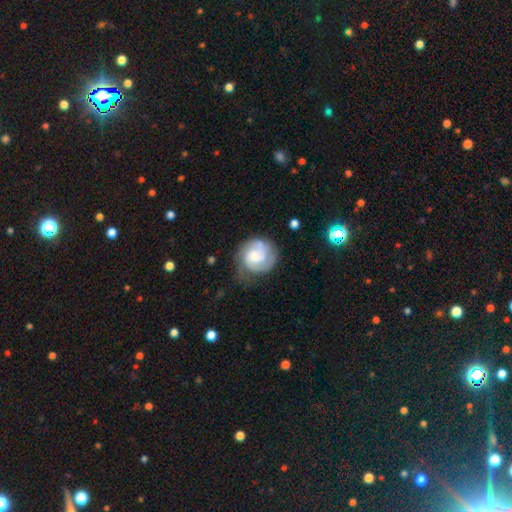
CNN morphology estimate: This is likely a featured or disk galaxy (73%). It is clearly not viewed edge-on (98%). Bar: possibly no (60%). Spiral arm pattern: clearly yes (94%). Spiral arm count: possibly 2 (55%). Spiral winding: possibly tight (48%). Central bulge: marginally moderate (42%). Merging: possibly none (58%).